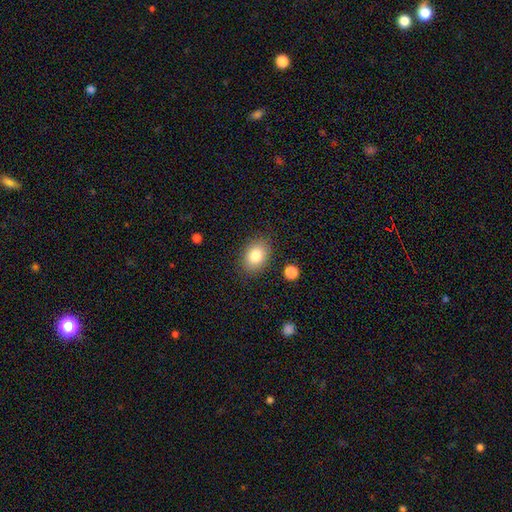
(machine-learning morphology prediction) A smooth galaxy with no disk features (83%) that is in between round and cigar-shaped (72%). Merging: none (85%).